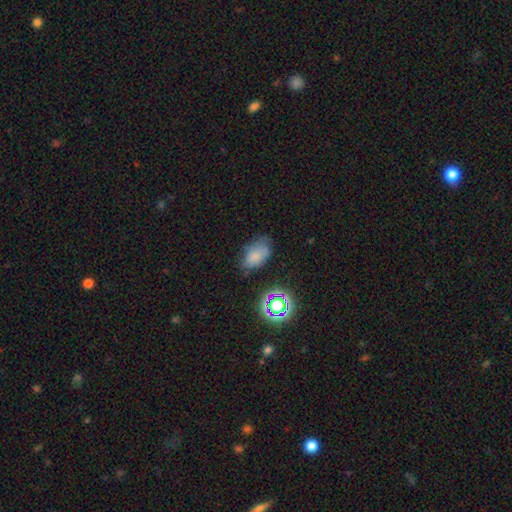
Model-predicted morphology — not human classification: smooth 70%, star or artifact 16%, featured or disk 14%. Down the decision tree: how rounded — in between (89%); merging — none (57%).